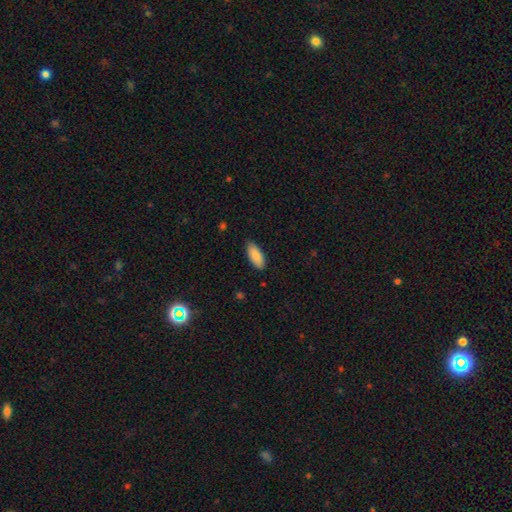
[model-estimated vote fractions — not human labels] Smooth or featured? Predicted: smooth (p=0.89). How rounded? Predicted: in between (p=0.84). Merging? Predicted: none (p=0.87).